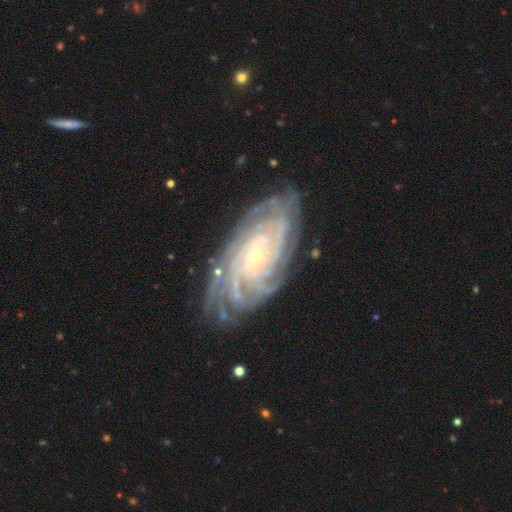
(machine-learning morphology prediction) Smooth or featured? Predicted: featured or disk (p=0.89). Edge-on disk? Predicted: no (p=0.95). Bar? Predicted: no (p=0.73). Spiral arms? Predicted: yes (p=0.98). Spiral winding? Predicted: tight (p=0.80). Spiral arm count? Predicted: more than 4 (p=0.29). Bulge size? Predicted: small (p=0.83). Merging? Predicted: none (p=0.78).